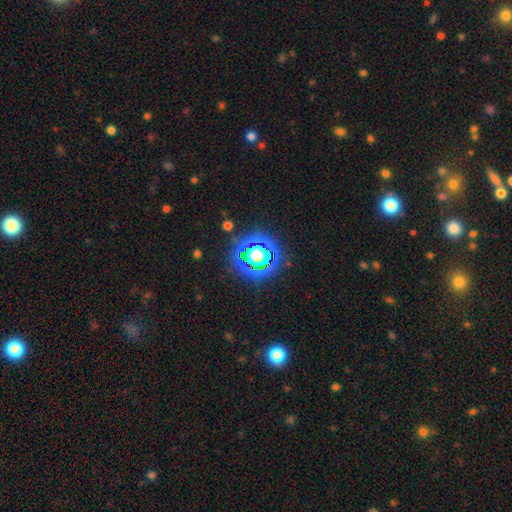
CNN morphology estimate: A star or artifact, not a galaxy (61%).

Vote fractions:
- Smooth or featured? star or artifact: 61% / smooth: 25% / featured or disk: 14%